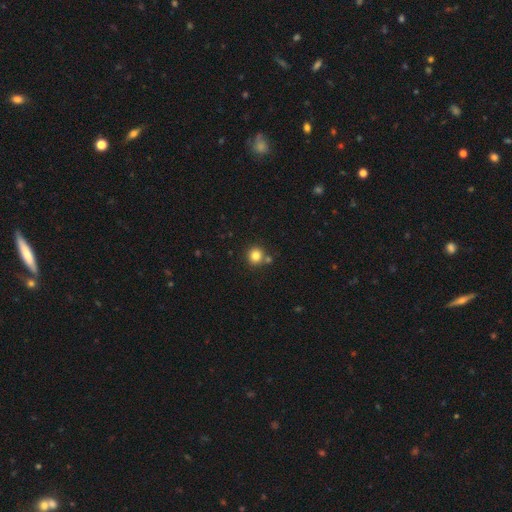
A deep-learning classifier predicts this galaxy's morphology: This appears to be a smooth galaxy with no disk features (82%) that is round (90%). Merging: none (76%).